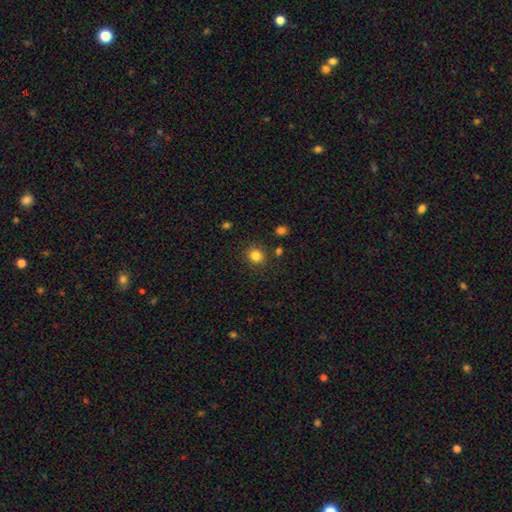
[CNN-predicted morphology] Q: Smooth or featured?
A: smooth (83%); runner-up: star or artifact (12%)
Q: How rounded?
A: round (83%); runner-up: in between (16%)
Q: Merging?
A: none (87%); runner-up: minor disturbance (8%)